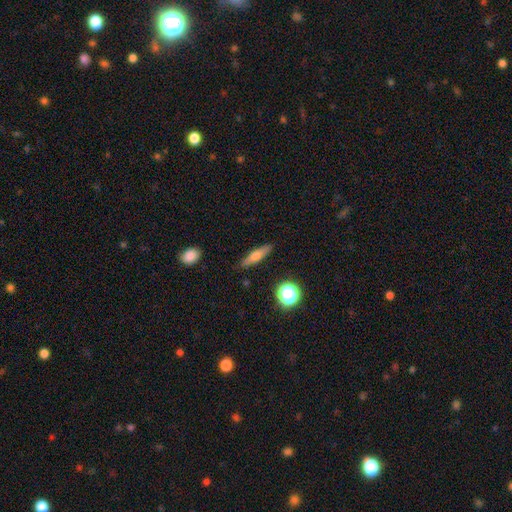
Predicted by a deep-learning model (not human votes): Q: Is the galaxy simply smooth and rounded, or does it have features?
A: smooth — 56%.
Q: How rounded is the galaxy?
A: cigar-shaped — 72%.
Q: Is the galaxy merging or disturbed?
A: none — 88%.